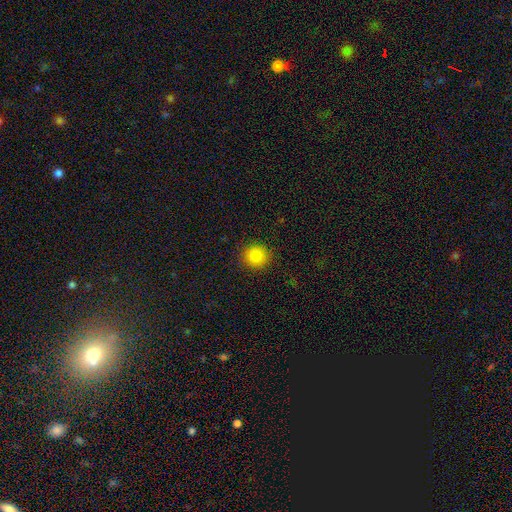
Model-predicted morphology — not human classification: smooth 85%, star or artifact 11%, featured or disk 4%. Down the decision tree: how rounded — round (91%); merging — none (90%).